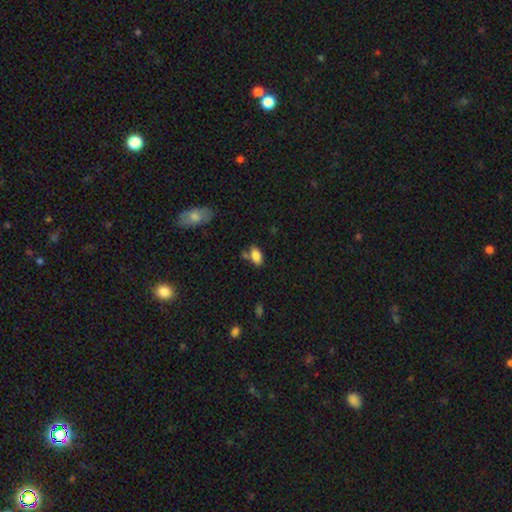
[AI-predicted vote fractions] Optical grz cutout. It shows a smooth galaxy with no disk features (84%) that is in between round and cigar-shaped (91%). Merging: none (61%).